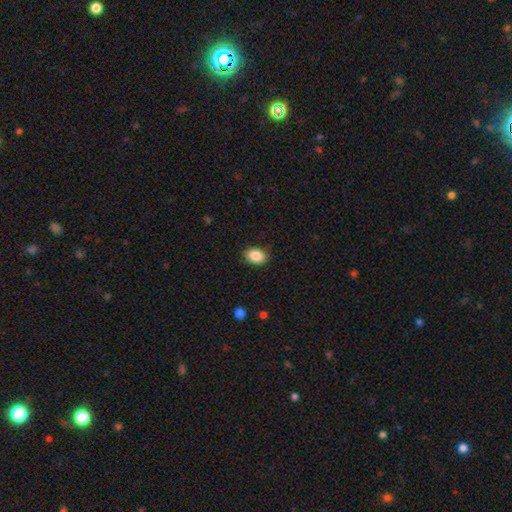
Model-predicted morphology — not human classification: A smooth galaxy with no disk features (86%) that is in between round and cigar-shaped (82%). Merging: none (89%).